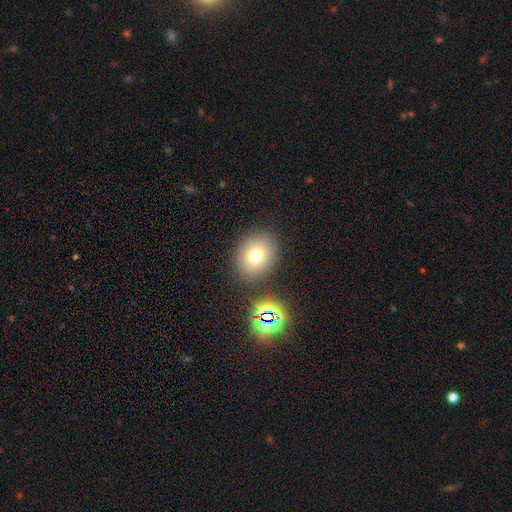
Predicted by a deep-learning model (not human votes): Morphology: type=smooth (73%); roundness=round (50%); merging=none (84%).